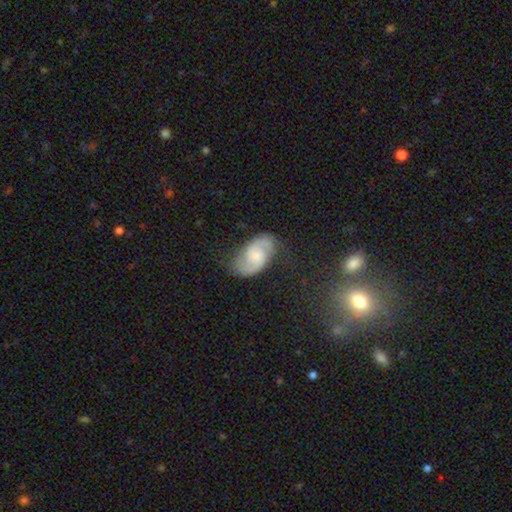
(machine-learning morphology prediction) A featured or disk galaxy (77%) with no bar (56%), 2 (91%) medium (50%) spiral arms (95%) and a small central bulge (51%). Merging: none (75%).